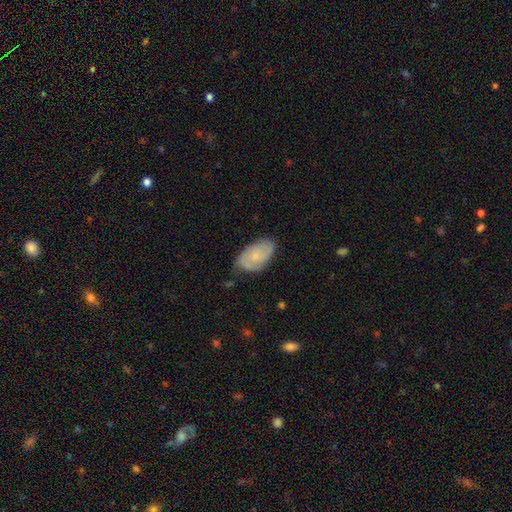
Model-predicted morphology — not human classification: Smooth or featured? smooth (51%)
How rounded? in between (93%)
Merging? none (70%)